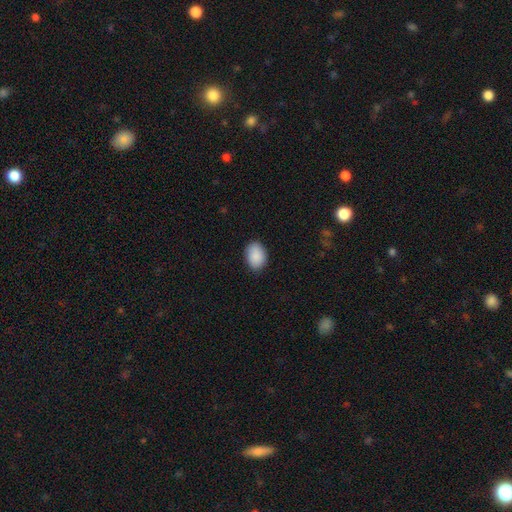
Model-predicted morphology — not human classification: smooth 90%, star or artifact 7%, featured or disk 3%. Down the decision tree: how rounded — in between (79%); merging — none (86%).